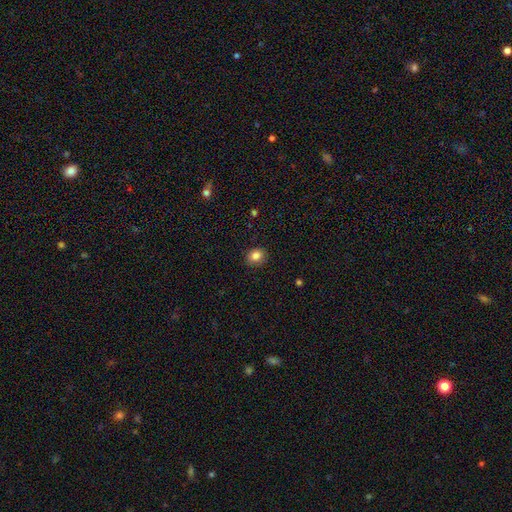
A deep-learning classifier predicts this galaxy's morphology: Smooth or featured? smooth (85%)
How rounded? round (56%)
Merging? none (88%)